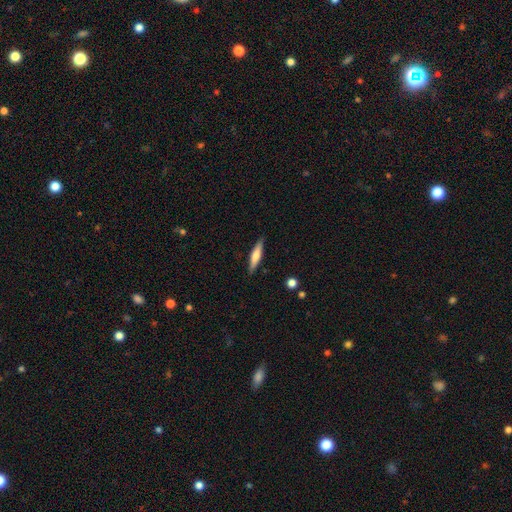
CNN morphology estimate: smooth_or_featured: smooth (p=0.58) [alt: featured or disk p=0.36]
how_rounded: cigar-shaped (p=0.83) [alt: in between p=0.15]
merging: none (p=0.88) [alt: minor disturbance p=0.09]